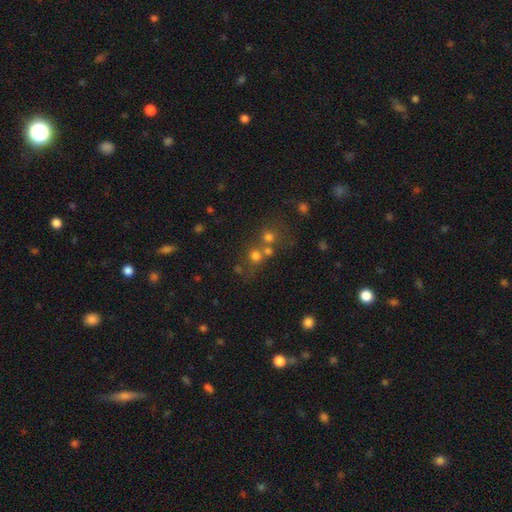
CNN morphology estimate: type=smooth (66%); roundness=round (86%); merging=none (51%).